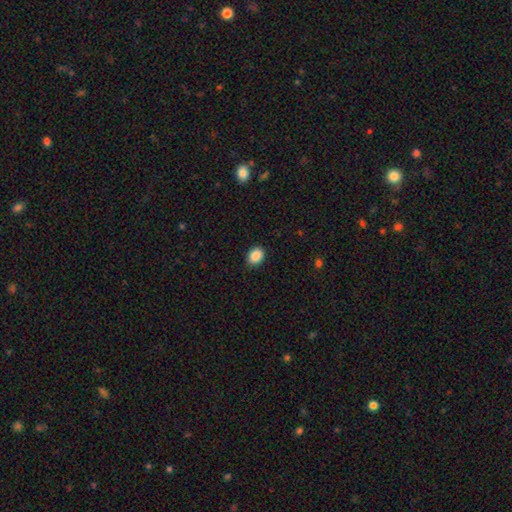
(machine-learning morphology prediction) type=smooth (88%); roundness=in between (62%); merging=none (87%).